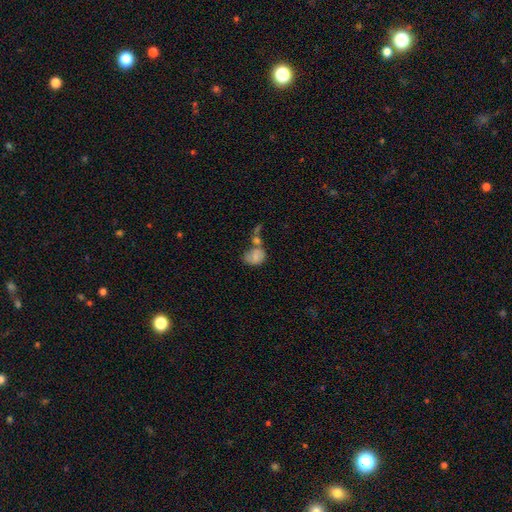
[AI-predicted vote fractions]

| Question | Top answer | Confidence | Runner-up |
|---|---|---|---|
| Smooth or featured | smooth | 68% | featured or disk (23%) |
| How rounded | round | 51% | in between (48%) |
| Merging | merger | 37% | none (31%) |